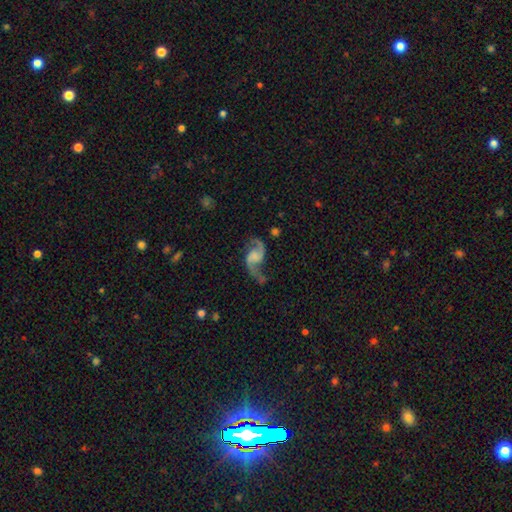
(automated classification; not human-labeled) Smooth or featured?
  - featured or disk: 87% *
  - smooth: 7%
  - star or artifact: 6%
Edge-on disk?
  - no: 98% *
  - yes: 2%
Bar?
  - no: 55% *
  - weak: 35%
  - strong: 10%
Spiral arms?
  - yes: 96% *
  - no: 4%
Spiral winding?
  - loose: 69% *
  - medium: 26%
  - tight: 5%
Spiral arm count?
  - 2: 93% *
  - 1: 3%
  - can't tell: 2%
  - 3: 1%
  - 4: 1%
  - more than 4: 1%
Bulge size?
  - none: 52% *
  - small: 18%
  - moderate: 15%
  - large: 12%
  - dominant: 3%
Merging?
  - none: 62% *
  - minor disturbance: 18%
  - major disturbance: 16%
  - merger: 4%